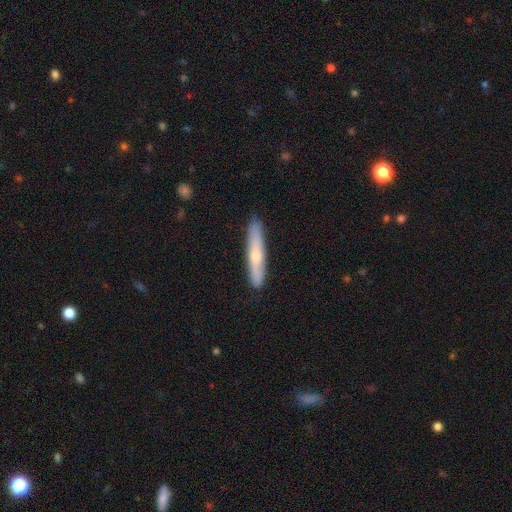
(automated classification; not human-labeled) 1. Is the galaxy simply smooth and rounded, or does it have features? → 54% smooth, 40% featured or disk, 5% star or artifact.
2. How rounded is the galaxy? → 91% cigar-shaped, 8% in between, 1% round.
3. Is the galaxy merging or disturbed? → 87% none, 10% minor disturbance, 2% major disturbance, 1% merger.